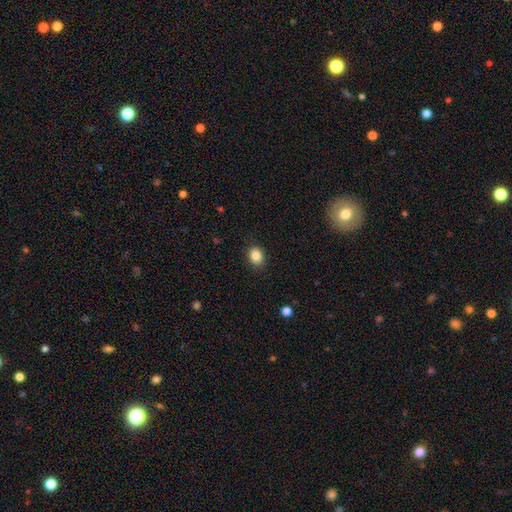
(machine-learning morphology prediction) A smooth galaxy with no disk features (86%) that is round (52%). Merging: none (88%).